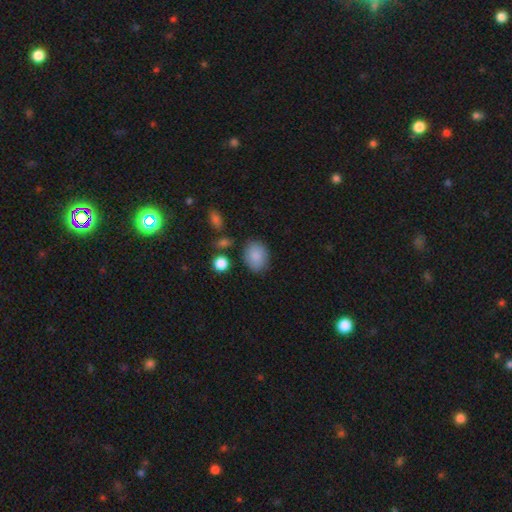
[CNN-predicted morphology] The model was most divided on "how rounded": in between: 62%, round: 36%, cigar-shaped: 1%. More confident: smooth or featured — smooth (87%); merging — none (80%).